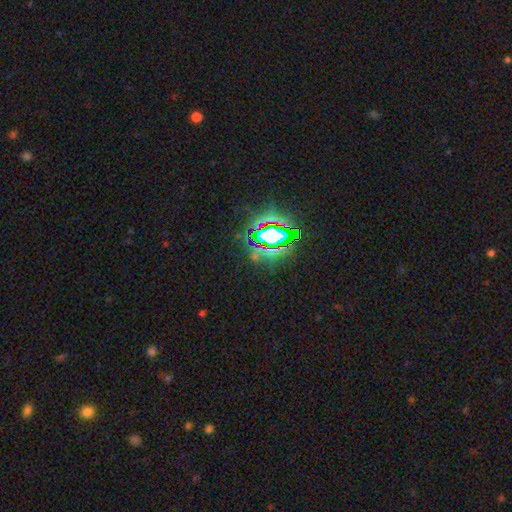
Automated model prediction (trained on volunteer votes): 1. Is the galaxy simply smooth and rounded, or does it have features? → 78% star or artifact, 12% smooth, 10% featured or disk.